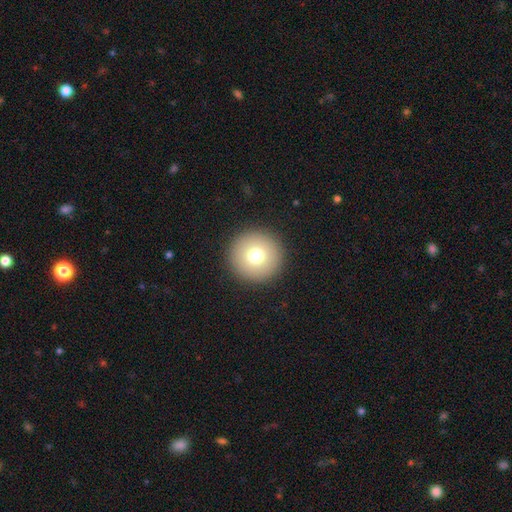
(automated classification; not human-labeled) Overall: smooth (74%). How rounded: round (97%). Merging: none (93%).